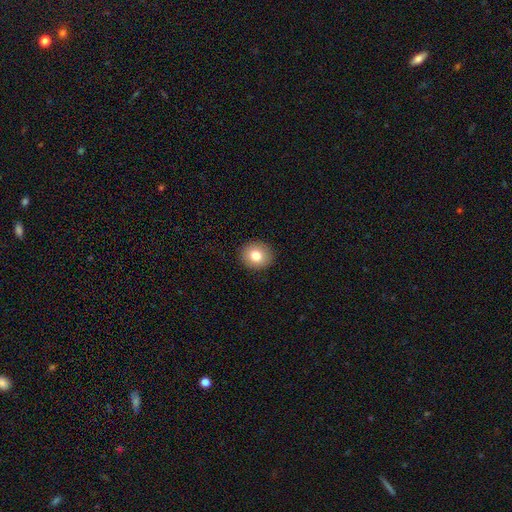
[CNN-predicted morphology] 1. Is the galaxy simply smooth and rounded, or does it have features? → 81% smooth, 10% featured or disk, 10% star or artifact.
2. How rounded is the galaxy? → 77% round, 22% in between, 1% cigar-shaped.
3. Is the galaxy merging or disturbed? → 91% none, 6% minor disturbance, 2% major disturbance, 1% merger.